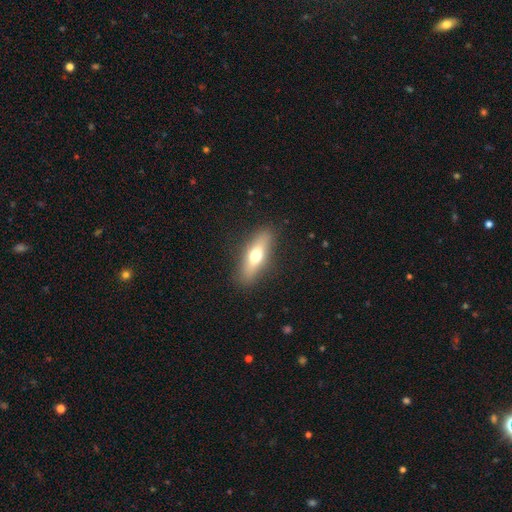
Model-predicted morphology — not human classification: Overall: smooth (57%; featured or disk 36%). How rounded: cigar-shaped (54%; in between 42%). Merging: none (87%).